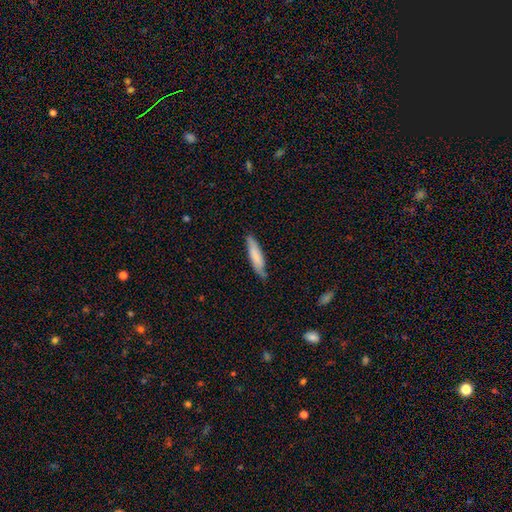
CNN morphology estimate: Overall: smooth (72%). How rounded: cigar-shaped (79%). Merging: none (76%).